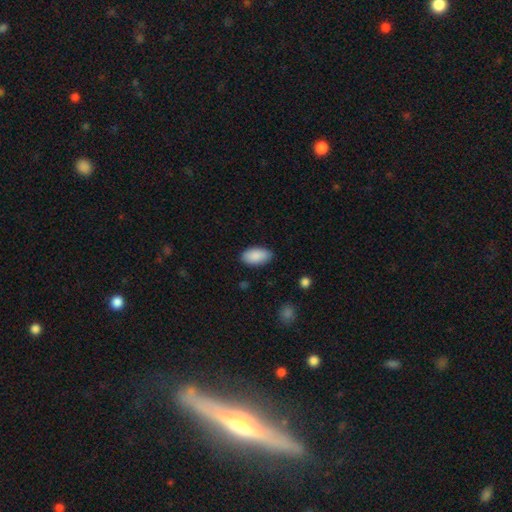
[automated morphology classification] Overall: smooth (90%). How rounded: in between (95%). Merging: none (86%).